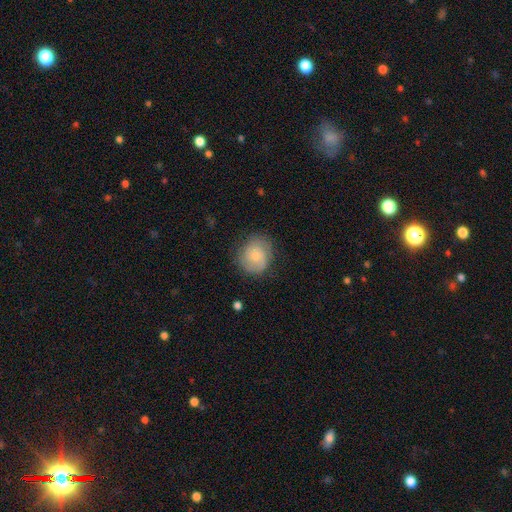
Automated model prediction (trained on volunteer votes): Overall: smooth (47%; featured or disk 45%). Merging: none (74%).